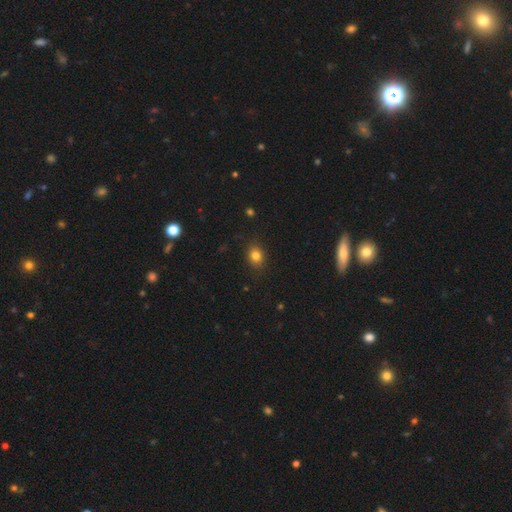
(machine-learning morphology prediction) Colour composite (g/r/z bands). It shows a smooth galaxy with no disk features (81%) that is round (59%). Merging: none (86%).